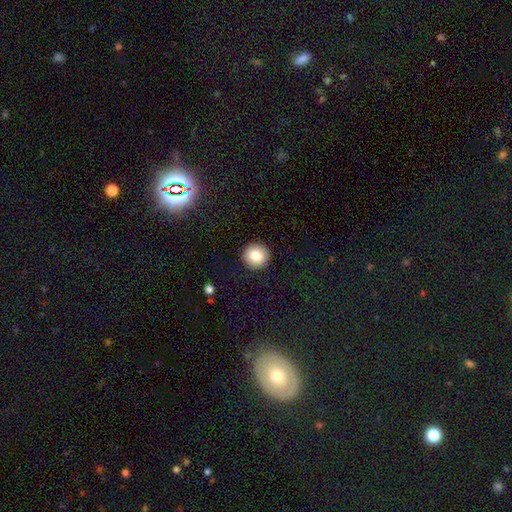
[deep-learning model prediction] Smooth or featured? smooth (85%)
How rounded? round (95%)
Merging? none (92%)